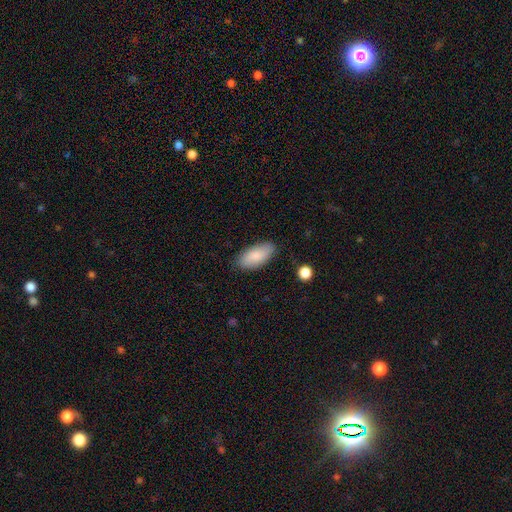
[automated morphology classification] The model was most divided on "smooth or featured": smooth: 82%, featured or disk: 12%, star or artifact: 6%. More confident: how rounded — in between (90%); merging — none (84%).